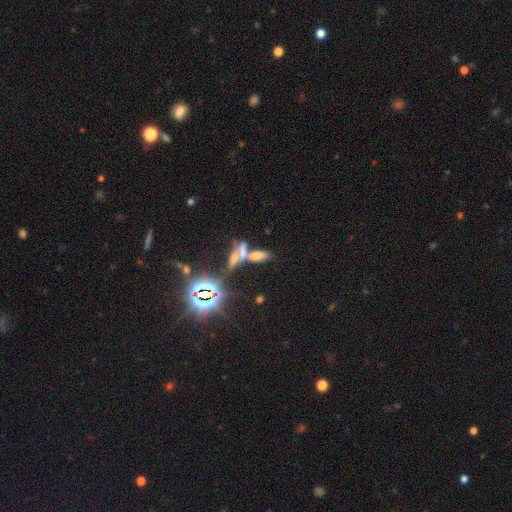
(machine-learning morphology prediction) A smooth galaxy with no disk features (45%). Merging: merger (58%).